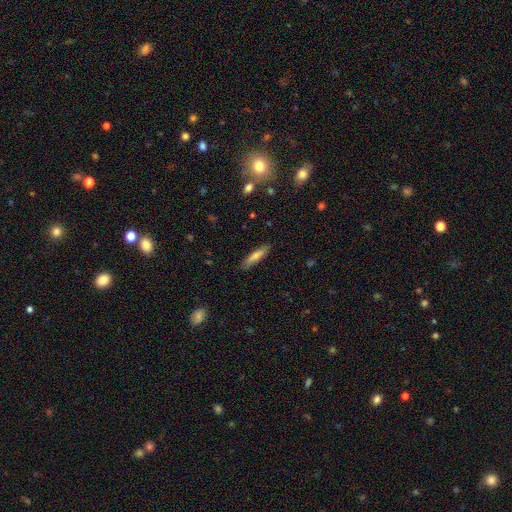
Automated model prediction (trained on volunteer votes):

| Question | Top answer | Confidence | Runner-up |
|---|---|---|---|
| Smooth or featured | smooth | 66% | featured or disk (27%) |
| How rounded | cigar-shaped | 80% | in between (18%) |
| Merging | none | 87% | minor disturbance (10%) |